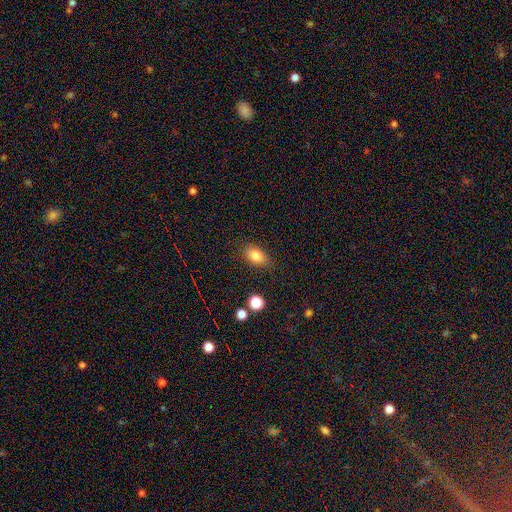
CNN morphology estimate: This appears to be a smooth galaxy with no disk features (83%) that is in between round and cigar-shaped (86%). Merging: none (83%).